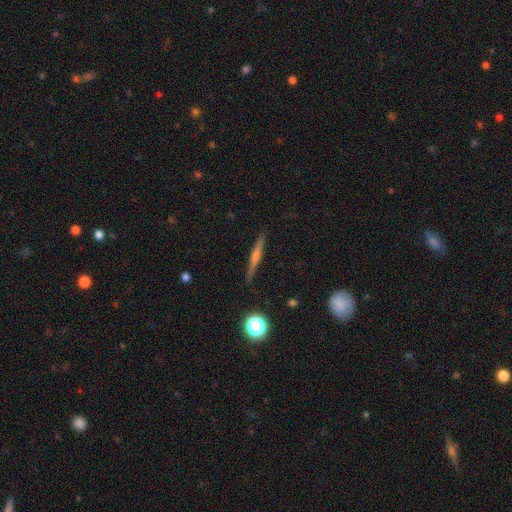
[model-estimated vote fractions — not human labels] A featured or disk galaxy (67%) viewed edge-on (97%) with a rounded central bulge (68%). Merging: none (91%).